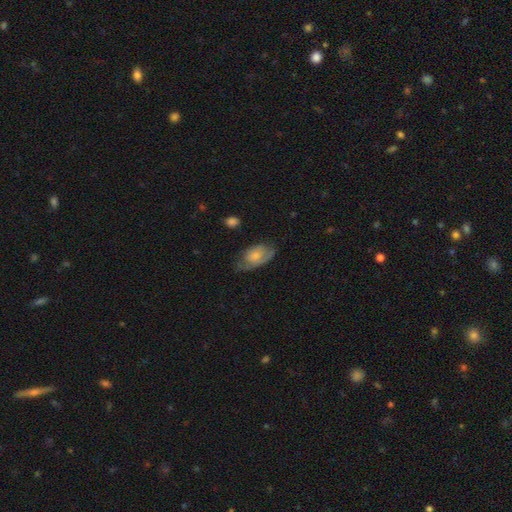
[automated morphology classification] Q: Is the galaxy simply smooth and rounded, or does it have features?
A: smooth — 52%.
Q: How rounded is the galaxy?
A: in between — 90%.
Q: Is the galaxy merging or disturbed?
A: none — 53%.